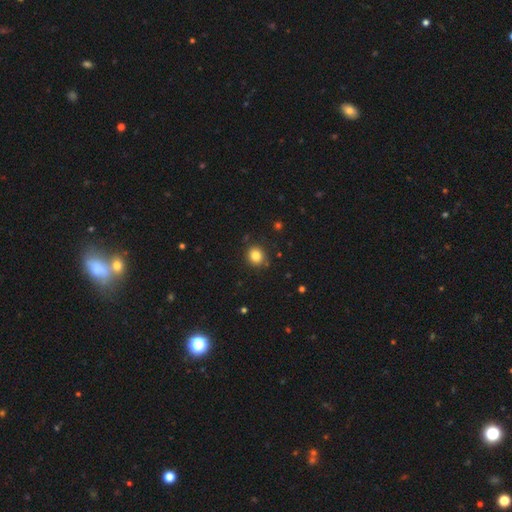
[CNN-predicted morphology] Smooth or featured? smooth (83%)
How rounded? round (85%)
Merging? none (88%)